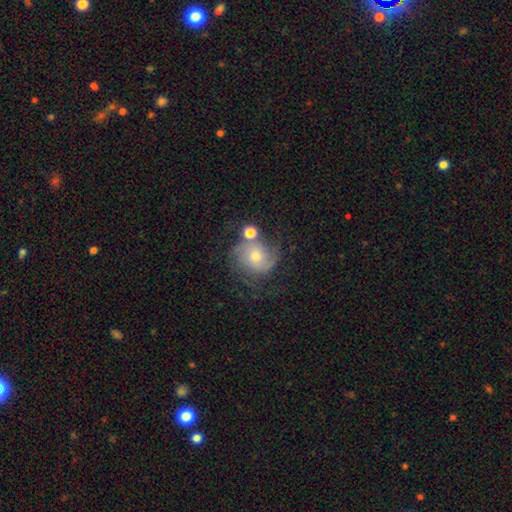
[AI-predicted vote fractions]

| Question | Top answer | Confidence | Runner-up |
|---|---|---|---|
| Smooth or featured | featured or disk | 63% | smooth (27%) |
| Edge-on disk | no | 97% | yes (3%) |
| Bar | no | 73% | weak (22%) |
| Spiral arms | yes | 88% | no (12%) |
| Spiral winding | medium | 44% | tight (29%) |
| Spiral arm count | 2 | 54% | can't tell (20%) |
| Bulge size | moderate | 54% | small (40%) |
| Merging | none | 53% | minor disturbance (20%) |